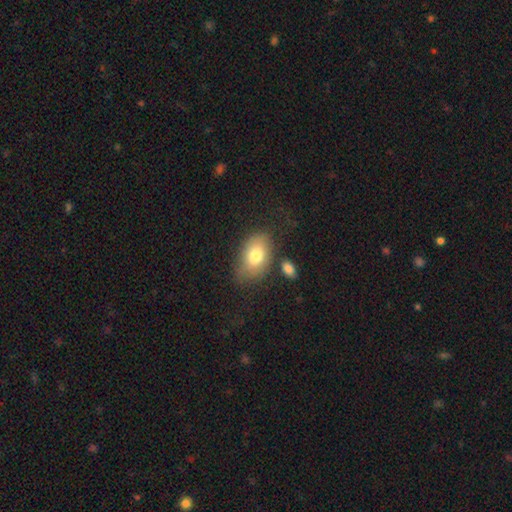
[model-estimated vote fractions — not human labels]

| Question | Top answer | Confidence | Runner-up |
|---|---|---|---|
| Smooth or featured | smooth | 77% | featured or disk (16%) |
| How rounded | in between | 88% | round (10%) |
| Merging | none | 65% | minor disturbance (20%) |